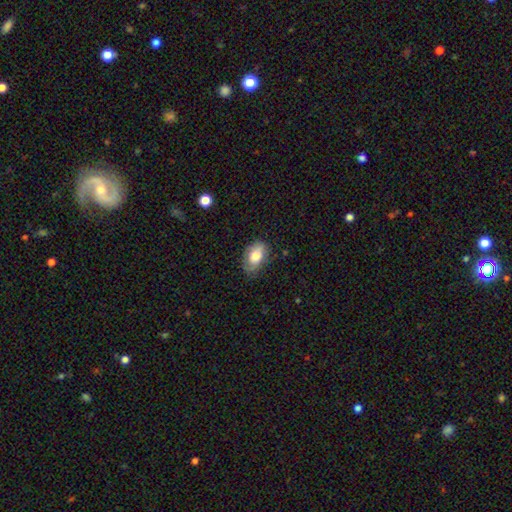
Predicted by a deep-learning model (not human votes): Overall: smooth (72%). How rounded: in between (90%). Merging: none (69%).